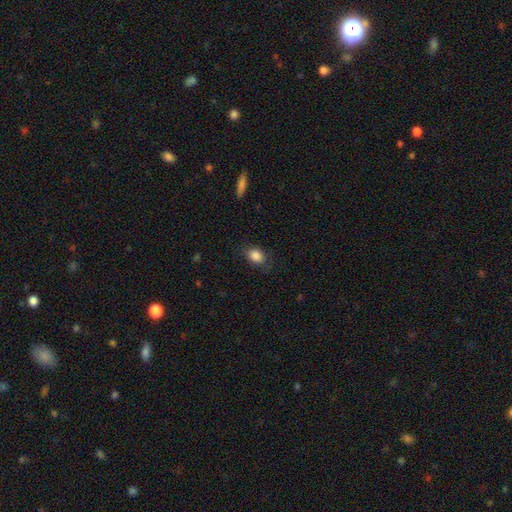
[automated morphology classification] Smooth or featured? smooth (86%)
How rounded? in between (71%)
Merging? none (77%)